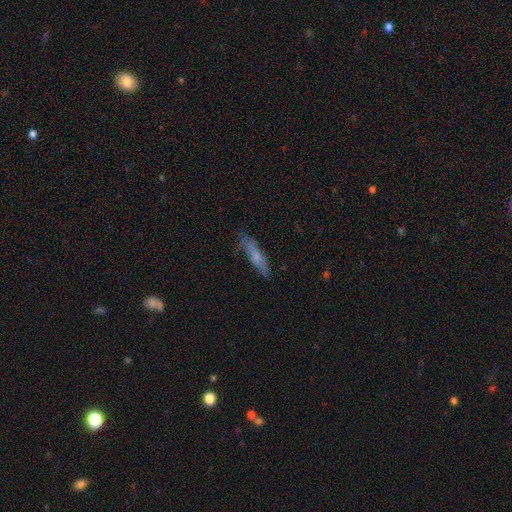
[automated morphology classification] This is likely a smooth galaxy (62%). How rounded: likely cigar-shaped (79%). Merging: likely none (74%).